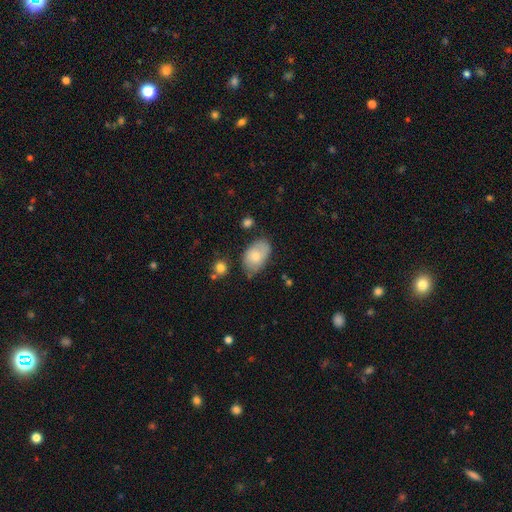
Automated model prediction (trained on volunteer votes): A smooth galaxy with no disk features (74%) that is in between round and cigar-shaped (90%). Merging: none (62%).